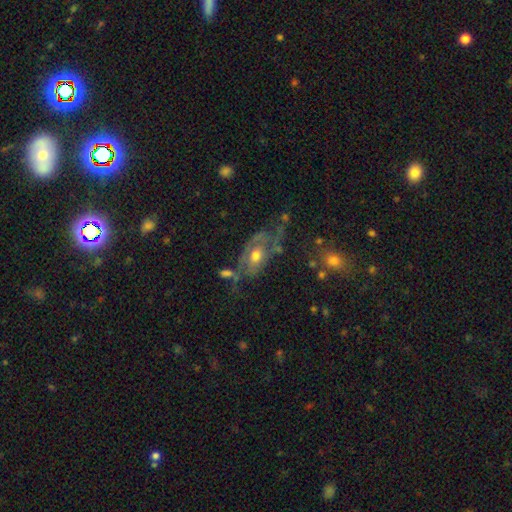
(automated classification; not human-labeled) Smooth or featured? featured or disk (65%)
Edge-on disk? no (91%)
Bar? no (79%)
Spiral arms? yes (63%)
Bulge size? moderate (72%)
Merging? none (34%)